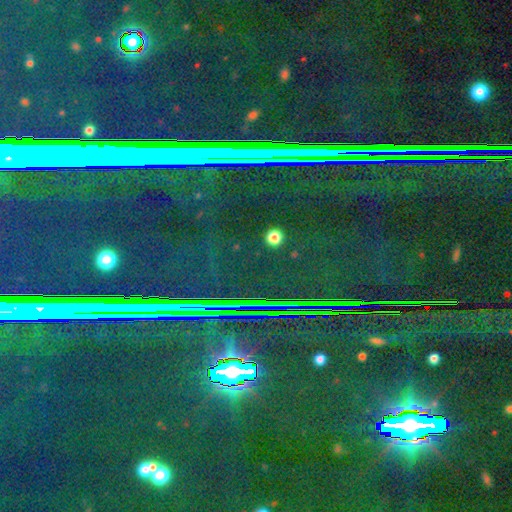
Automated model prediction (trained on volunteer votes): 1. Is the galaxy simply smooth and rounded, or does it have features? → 87% star or artifact, 7% featured or disk, 6% smooth.